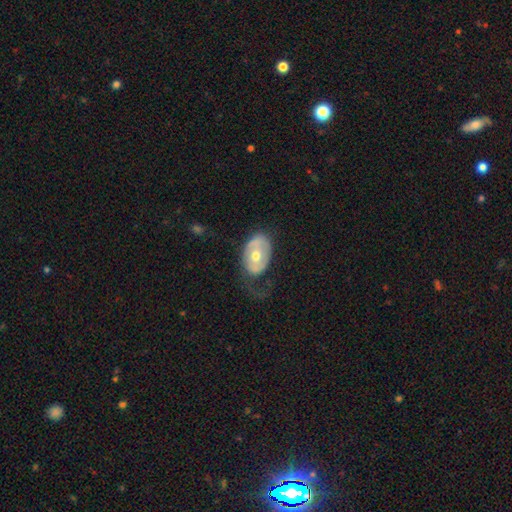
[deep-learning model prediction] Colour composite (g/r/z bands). It shows a featured or disk galaxy (53%). Merging: none (40%).